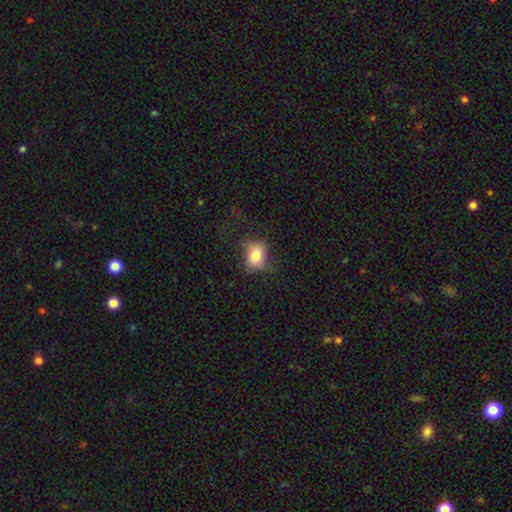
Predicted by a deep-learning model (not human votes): Overall: smooth (79%). How rounded: in between (60%; round 39%). Merging: none (59%; minor disturbance 25%).